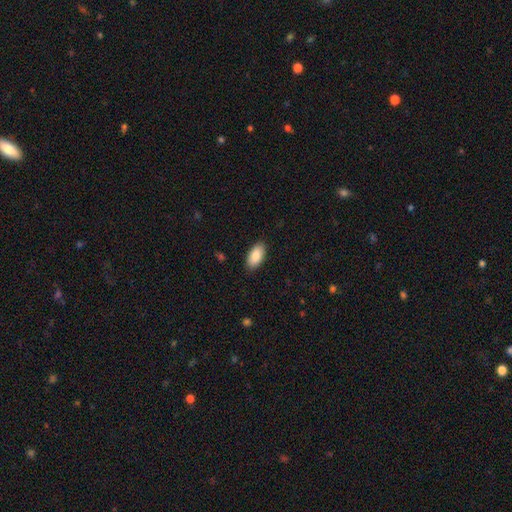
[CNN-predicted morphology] Smooth or featured: smooth — 87% (featured or disk — 7%)
How rounded: in between — 94% (cigar-shaped — 4%)
Merging: none — 88% (minor disturbance — 9%)